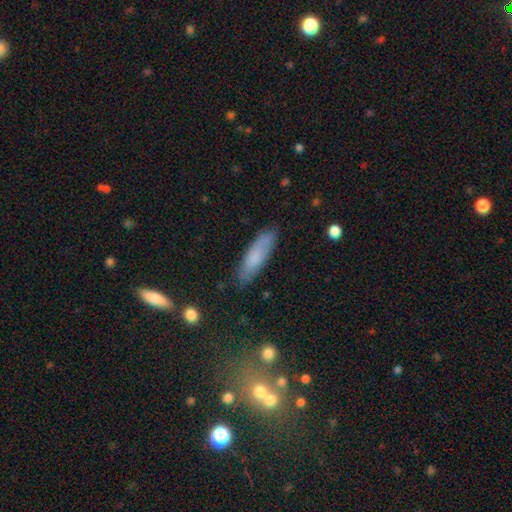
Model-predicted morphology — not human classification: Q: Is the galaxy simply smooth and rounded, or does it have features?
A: smooth — 77%.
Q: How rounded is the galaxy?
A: cigar-shaped — 62%.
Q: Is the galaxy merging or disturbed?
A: none — 80%.